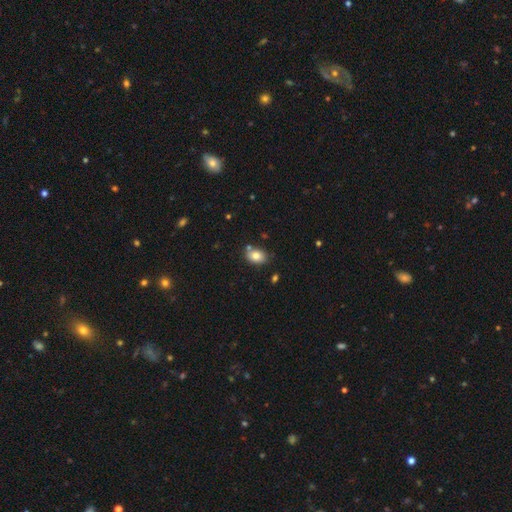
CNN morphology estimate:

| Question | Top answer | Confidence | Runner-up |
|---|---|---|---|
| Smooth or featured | smooth | 81% | featured or disk (9%) |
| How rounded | in between | 73% | round (26%) |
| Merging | none | 74% | minor disturbance (14%) |